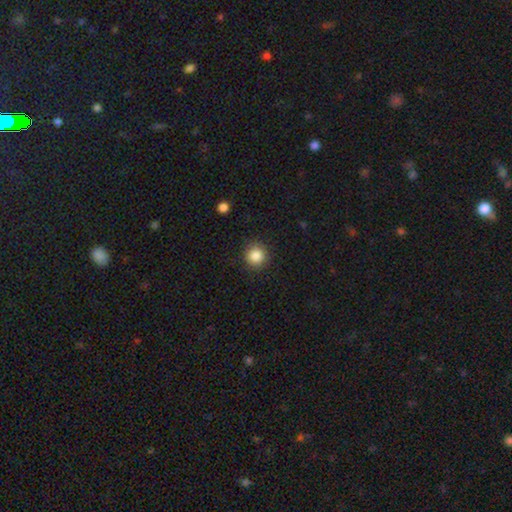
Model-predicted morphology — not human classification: This appears to be a smooth galaxy with no disk features (86%) that is round (93%). Merging: none (89%).